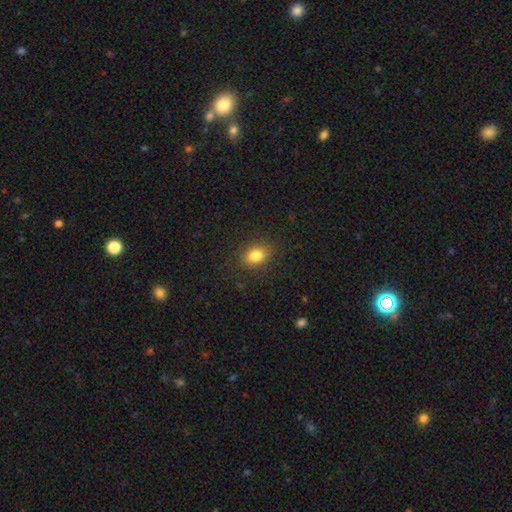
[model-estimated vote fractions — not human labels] A smooth galaxy with no disk features (83%) that is in between round and cigar-shaped (65%).

Vote fractions:
- Smooth or featured? smooth: 83% / star or artifact: 10% / featured or disk: 6%
- How rounded? in between: 65% / round: 34% / cigar-shaped: 1%
- Merging? none: 87% / minor disturbance: 9% / major disturbance: 3% / merger: 1%